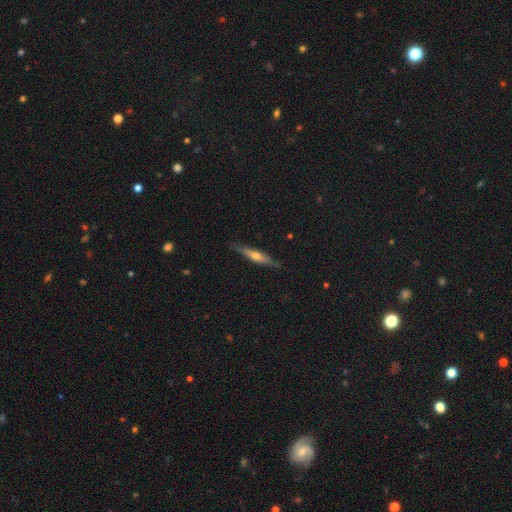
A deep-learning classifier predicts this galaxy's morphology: smooth_or_featured: featured or disk (p=0.59) [alt: smooth p=0.35]
disk_edge_on: yes (p=0.95) [alt: no p=0.05]
edge_on_bulge: rounded (p=0.85) [alt: none p=0.10]
merging: none (p=0.86) [alt: minor disturbance p=0.11]